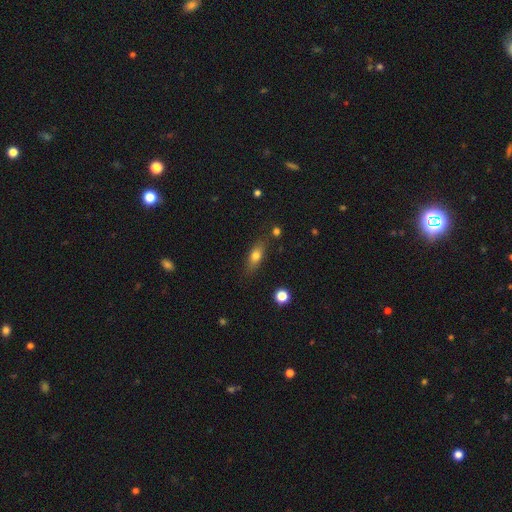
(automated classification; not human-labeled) Morphology: type=smooth (70%); roundness=in between (66%); merging=none (77%).